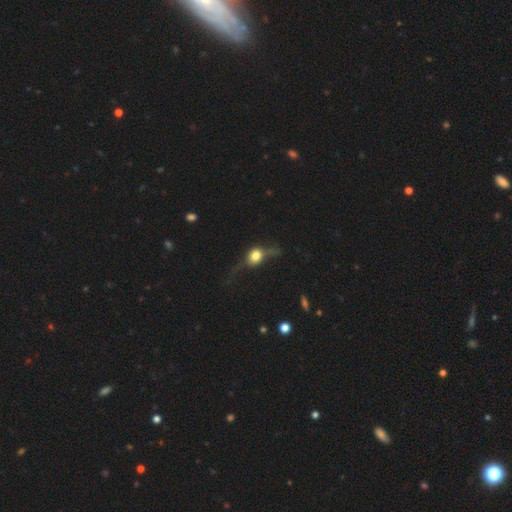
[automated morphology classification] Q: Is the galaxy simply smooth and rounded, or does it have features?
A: smooth — 47%.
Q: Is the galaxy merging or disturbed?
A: none — 46%.